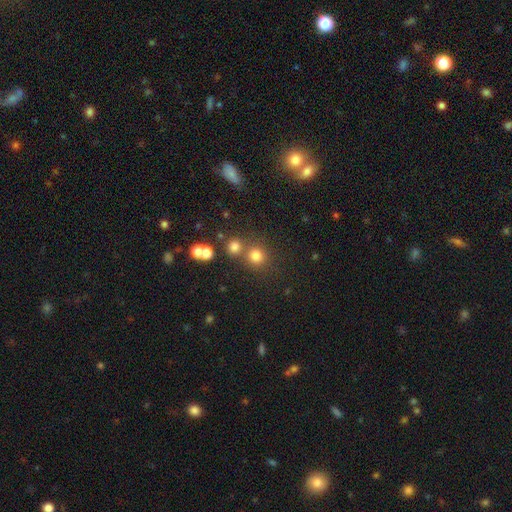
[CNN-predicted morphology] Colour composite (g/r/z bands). It shows a smooth galaxy with no disk features (76%) that is round (91%). Merging: none (71%).